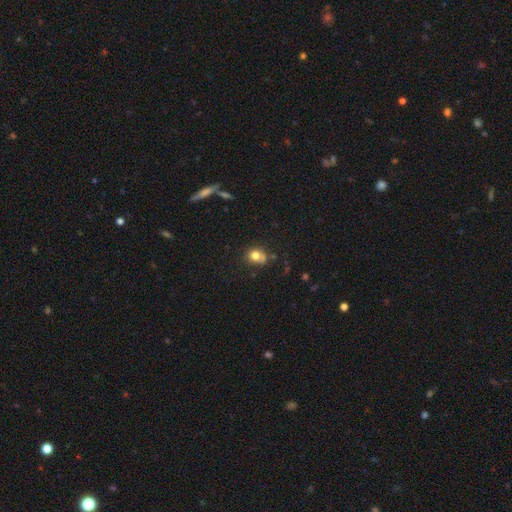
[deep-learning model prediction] Smooth or featured? Predicted: smooth (p=0.76). How rounded? Predicted: round (p=0.74). Merging? Predicted: none (p=0.56).